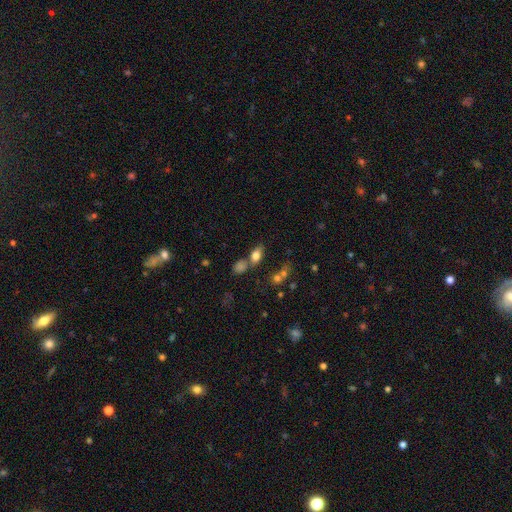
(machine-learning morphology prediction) This appears to be a smooth galaxy with no disk features (75%) that is in between round and cigar-shaped (81%). Merging: none (56%).